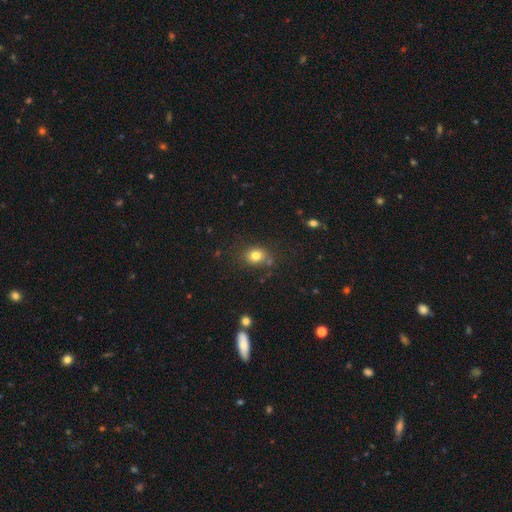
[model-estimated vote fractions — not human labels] Overall: smooth (79%). How rounded: round (61%; in between 38%). Merging: none (75%).